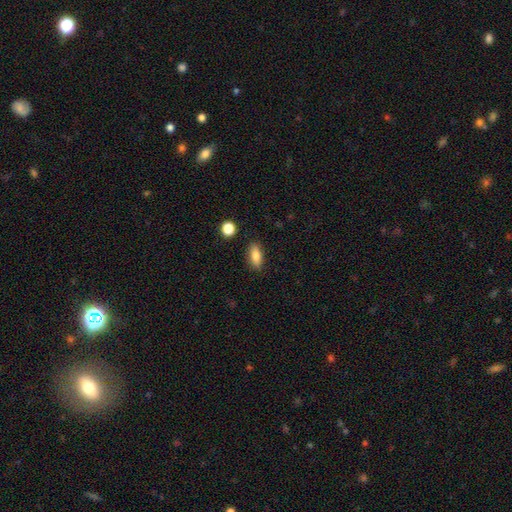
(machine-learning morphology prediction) Smooth or featured: smooth — 82% (featured or disk — 10%)
How rounded: in between — 81% (cigar-shaped — 15%)
Merging: none — 88% (minor disturbance — 9%)